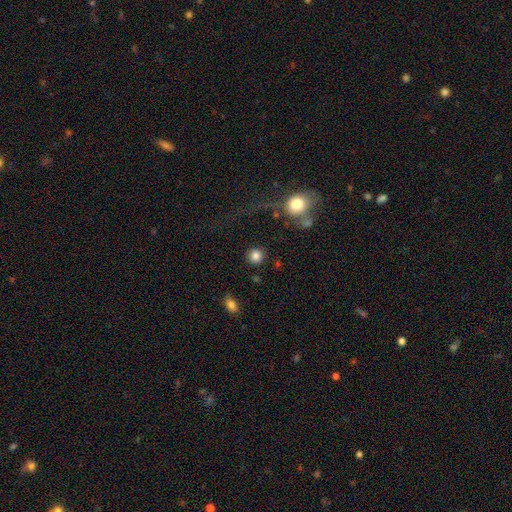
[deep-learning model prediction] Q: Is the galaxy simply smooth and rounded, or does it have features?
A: smooth — 85%.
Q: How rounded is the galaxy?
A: round — 92%.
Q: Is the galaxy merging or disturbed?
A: none — 87%.